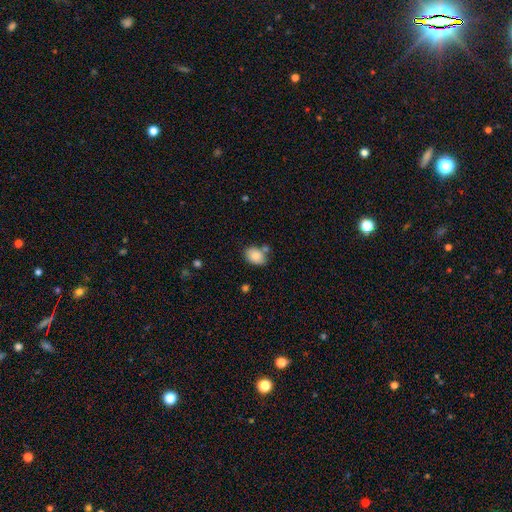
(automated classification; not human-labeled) This appears to be a smooth galaxy with no disk features (83%) that is in between round and cigar-shaped (74%). Merging: none (64%).